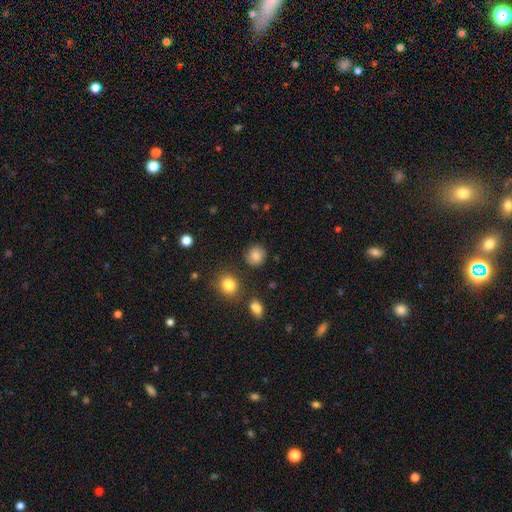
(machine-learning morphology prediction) Smooth or featured: smooth — 84% (star or artifact — 10%)
How rounded: round — 88% (in between — 11%)
Merging: none — 85% (minor disturbance — 10%)